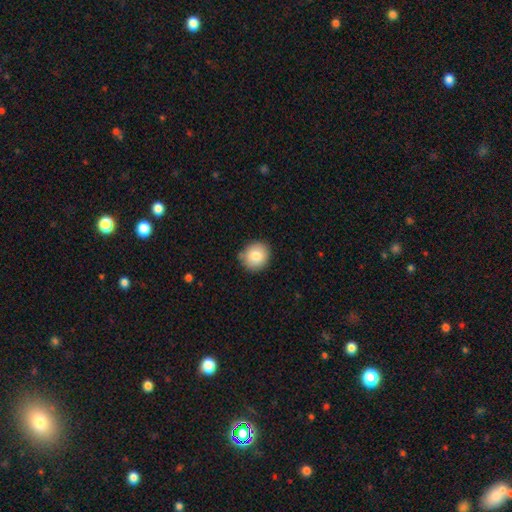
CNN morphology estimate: Smooth or featured: smooth — 84% (star or artifact — 8%)
How rounded: round — 84% (in between — 15%)
Merging: none — 82% (minor disturbance — 13%)